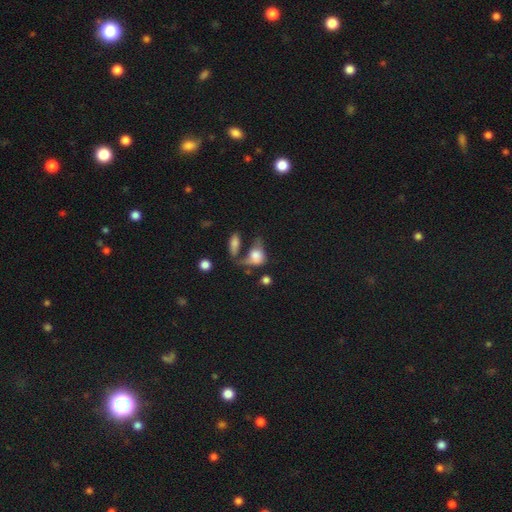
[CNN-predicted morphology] The model was most divided on "merging": merger: 31%, major disturbance: 29%, none: 22%, minor disturbance: 18%. More confident: smooth or featured — smooth (70%); how rounded — in between (67%).